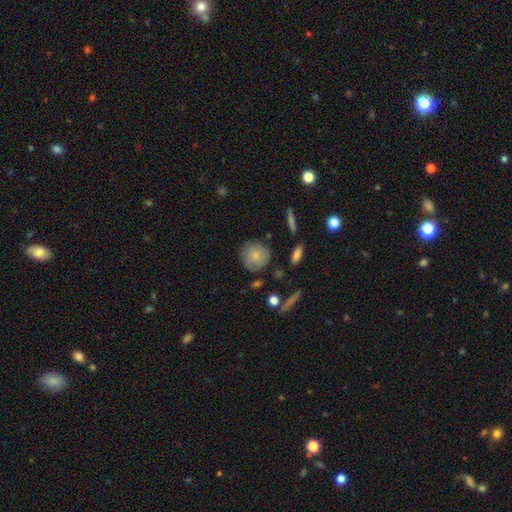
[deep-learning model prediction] A smooth galaxy with no disk features (78%) that is round (91%). Merging: none (78%).